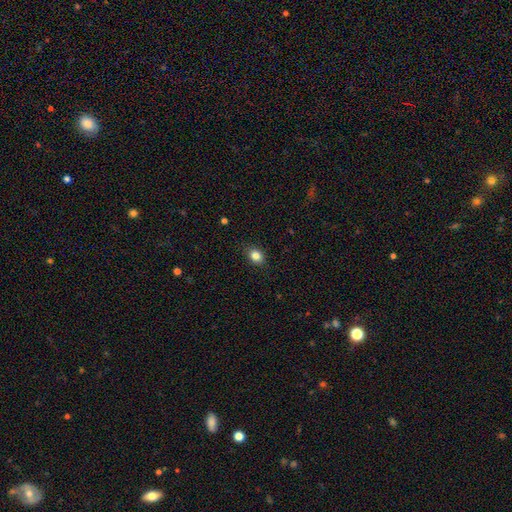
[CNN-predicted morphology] A smooth galaxy with no disk features (83%) that is in between round and cigar-shaped (57%). Merging: none (86%).